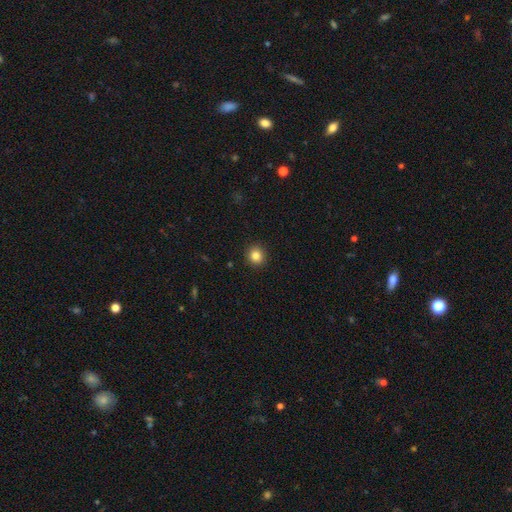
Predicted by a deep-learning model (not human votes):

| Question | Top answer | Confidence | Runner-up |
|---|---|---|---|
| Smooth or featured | smooth | 84% | star or artifact (11%) |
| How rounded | round | 92% | in between (8%) |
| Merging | none | 92% | minor disturbance (5%) |